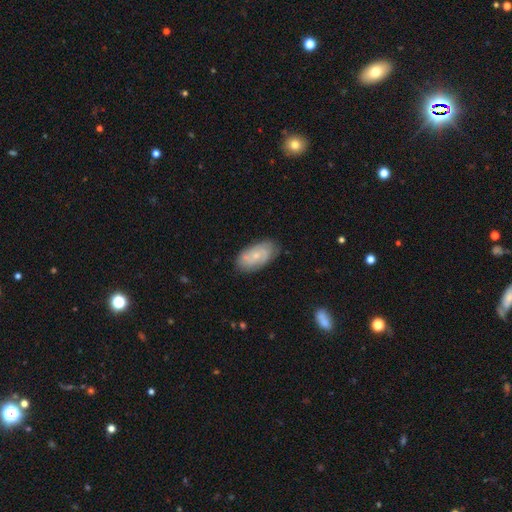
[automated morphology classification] A featured or disk galaxy (62%) with no bar (68%), 2 (52%) tight (48%) spiral arms (88%) and a small central bulge (70%).

Vote fractions:
- Smooth or featured? featured or disk: 62% / smooth: 31% / star or artifact: 6%
- Edge-on disk? no: 95% / yes: 5%
- Bar? no: 68% / weak: 28% / strong: 4%
- Spiral arms? yes: 88% / no: 12%
- Spiral winding? tight: 48% / medium: 38% / loose: 13%
- Spiral arm count? 2: 52% / can't tell: 28% / 3: 11% / 4: 3% / 1: 3% / more than 4: 3%
- Bulge size? small: 70% / moderate: 24% / none: 4% / large: 1% / dominant: 1%
- Merging? none: 78% / minor disturbance: 17% / major disturbance: 3% / merger: 1%